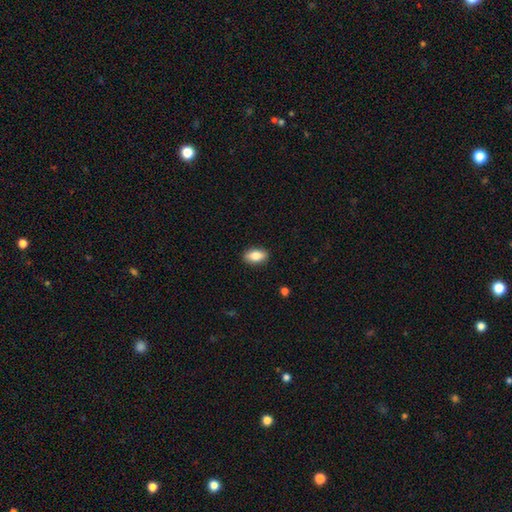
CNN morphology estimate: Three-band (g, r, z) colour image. It shows a smooth galaxy with no disk features (81%) that is in between round and cigar-shaped (89%). Merging: none (89%).